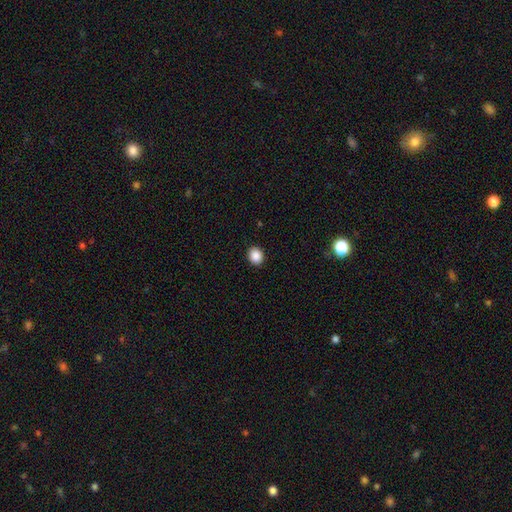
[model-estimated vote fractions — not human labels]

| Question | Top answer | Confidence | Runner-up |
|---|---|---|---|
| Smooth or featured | smooth | 88% | star or artifact (9%) |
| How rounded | round | 71% | in between (28%) |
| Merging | none | 92% | minor disturbance (6%) |